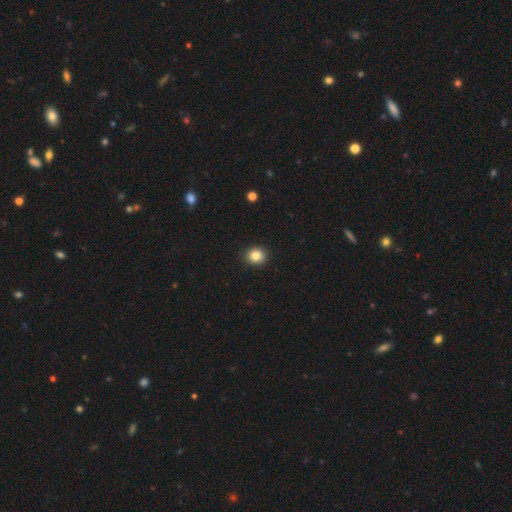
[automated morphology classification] Q: Smooth or featured?
A: smooth (85%); runner-up: star or artifact (10%)
Q: How rounded?
A: round (83%); runner-up: in between (16%)
Q: Merging?
A: none (91%); runner-up: minor disturbance (6%)